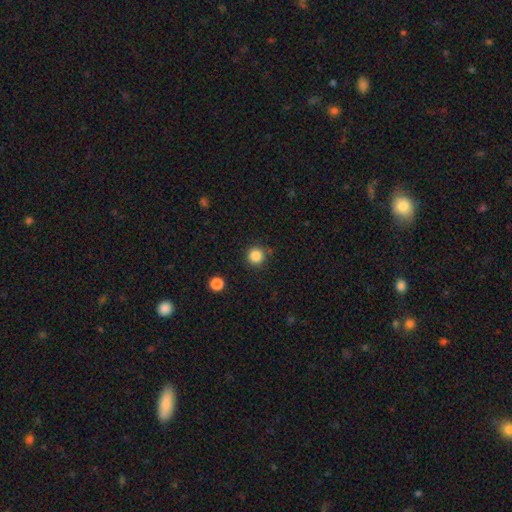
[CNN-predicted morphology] A smooth galaxy with no disk features (85%) that is round (95%).

Vote fractions:
- Smooth or featured? smooth: 85% / star or artifact: 11% / featured or disk: 4%
- How rounded? round: 95% / in between: 4% / cigar-shaped: 1%
- Merging? none: 86% / minor disturbance: 8% / merger: 3% / major disturbance: 3%